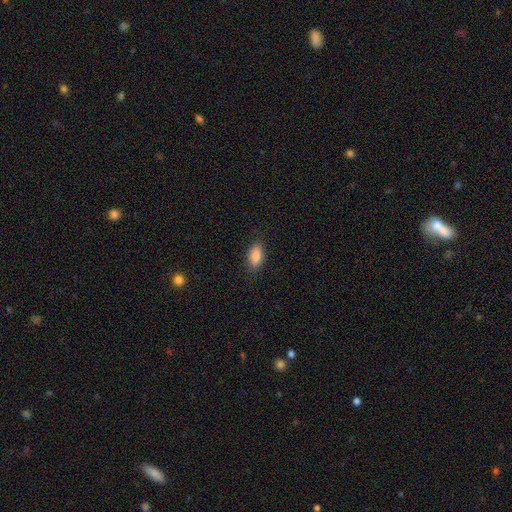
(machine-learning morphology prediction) A smooth galaxy with no disk features (88%) that is in between round and cigar-shaped (87%).

Vote fractions:
- Smooth or featured? smooth: 88% / star or artifact: 7% / featured or disk: 5%
- How rounded? in between: 87% / cigar-shaped: 10% / round: 3%
- Merging? none: 86% / minor disturbance: 11% / major disturbance: 3% / merger: 1%